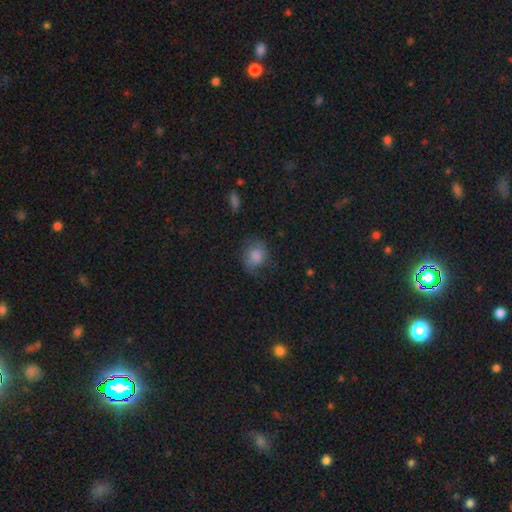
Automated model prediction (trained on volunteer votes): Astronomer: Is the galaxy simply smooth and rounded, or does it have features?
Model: smooth — 73%.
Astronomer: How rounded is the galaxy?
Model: round — 60% (runner-up: in between, 39%).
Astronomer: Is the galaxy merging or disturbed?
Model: none — 59%.